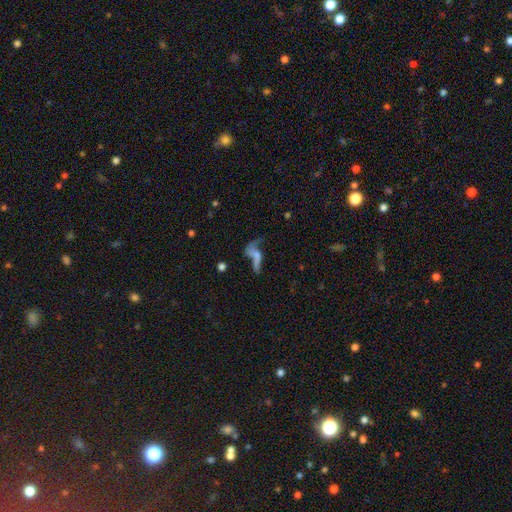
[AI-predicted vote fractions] featured or disk 45%, smooth 38%, star or artifact 17%. Down the decision tree: merging — major disturbance (33%).